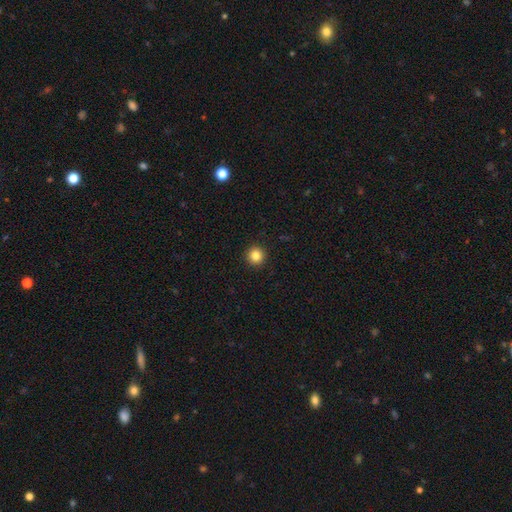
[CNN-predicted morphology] A smooth galaxy with no disk features (84%) that is round (95%).

Vote fractions:
- Smooth or featured? smooth: 84% / star or artifact: 11% / featured or disk: 5%
- How rounded? round: 95% / in between: 4% / cigar-shaped: 1%
- Merging? none: 93% / minor disturbance: 4% / major disturbance: 2% / merger: 1%